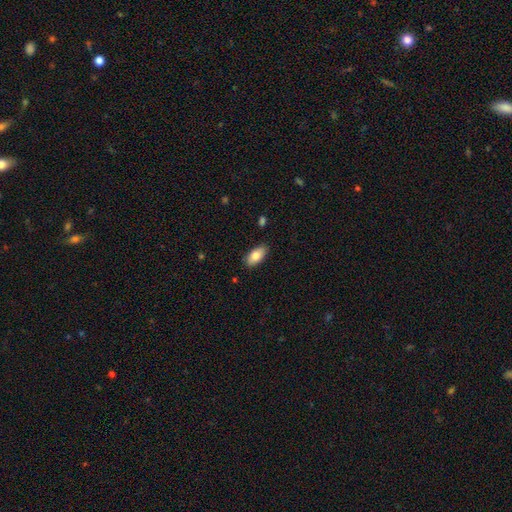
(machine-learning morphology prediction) smooth-or-featured: smooth: 81% | featured or disk: 12% | star or artifact: 6%
  how-rounded: in between: 92% | cigar-shaped: 5% | round: 3%
  merging: none: 86% | minor disturbance: 10% | major disturbance: 2% | merger: 1%